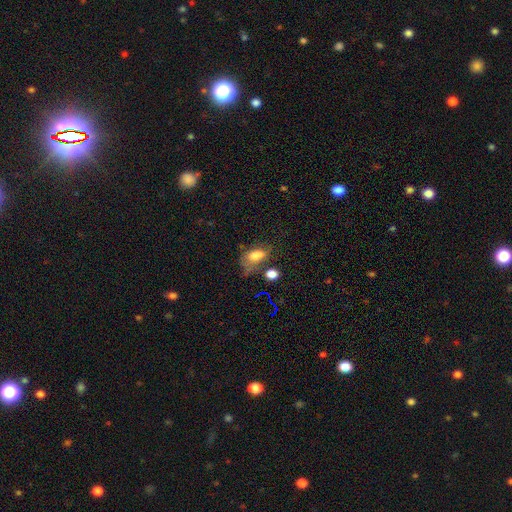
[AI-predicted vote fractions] Q: Smooth or featured?
A: smooth (70%); runner-up: featured or disk (18%)
Q: How rounded?
A: in between (86%); runner-up: round (9%)
Q: Merging?
A: major disturbance (31%); runner-up: none (29%)